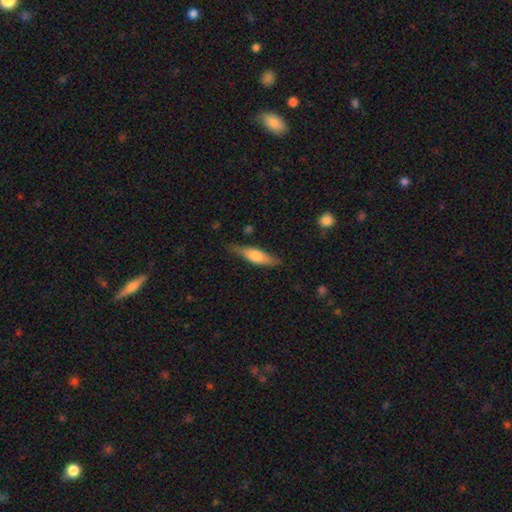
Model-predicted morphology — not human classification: smooth 61%, featured or disk 34%, star or artifact 6%. Down the decision tree: how rounded — cigar-shaped (54%); merging — none (71%).